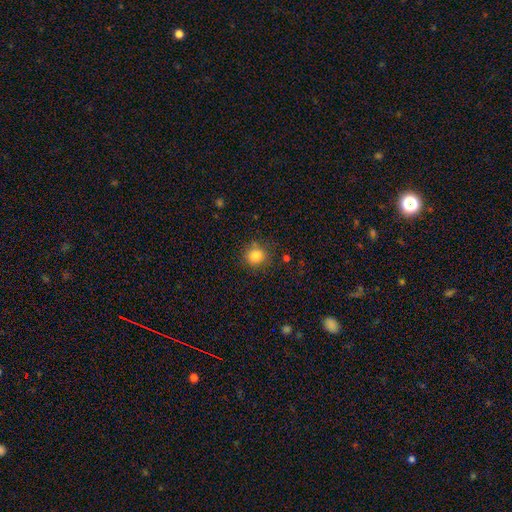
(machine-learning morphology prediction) smooth 83%, star or artifact 11%, featured or disk 5%. Down the decision tree: how rounded — round (84%); merging — none (81%).